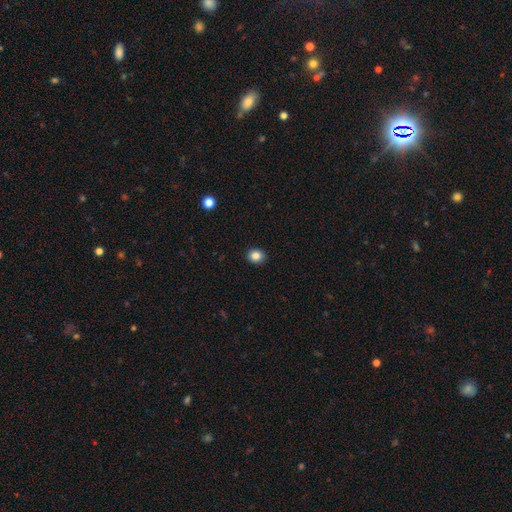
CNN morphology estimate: This is clearly a smooth galaxy (85%). How rounded: likely round (69%). Merging: clearly none (91%).